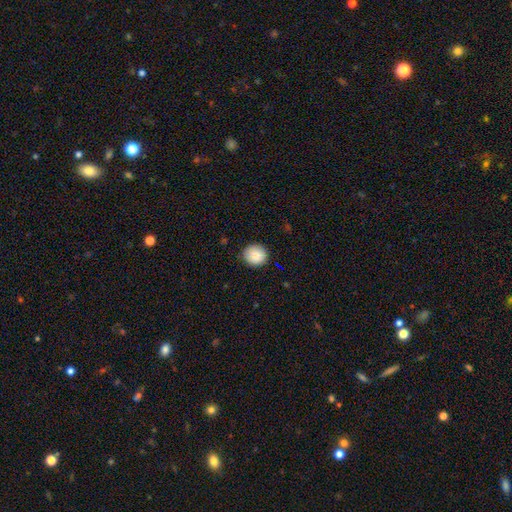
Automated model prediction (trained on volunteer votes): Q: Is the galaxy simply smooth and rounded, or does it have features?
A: smooth — 87%.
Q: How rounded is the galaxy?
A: round — 86%.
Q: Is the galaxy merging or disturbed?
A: none — 86%.